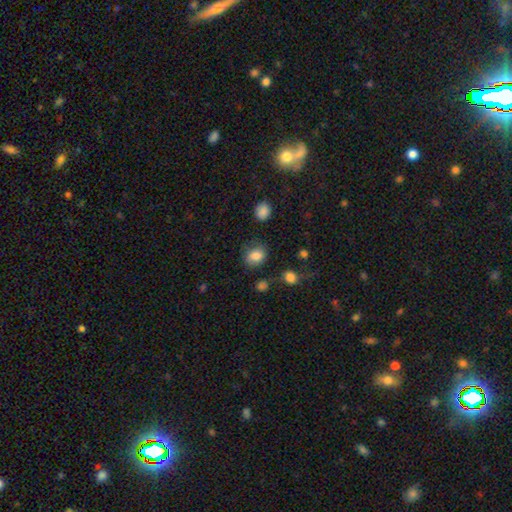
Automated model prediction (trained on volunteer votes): This is clearly a smooth galaxy (80%). How rounded: possibly round (53%). Merging: likely none (65%).